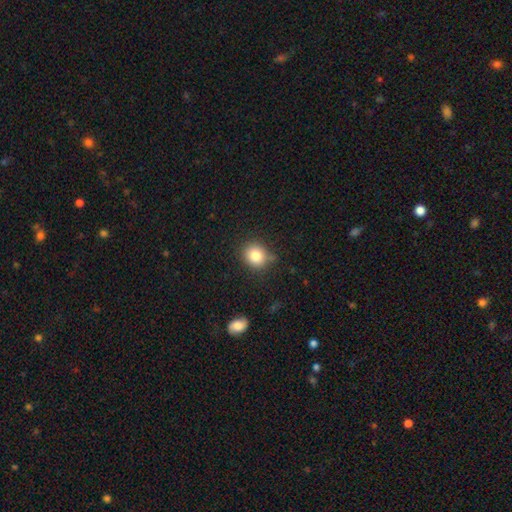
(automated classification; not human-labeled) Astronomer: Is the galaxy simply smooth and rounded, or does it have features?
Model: smooth — 82%.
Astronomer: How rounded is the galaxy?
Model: round — 79%.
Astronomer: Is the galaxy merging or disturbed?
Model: none — 79%.